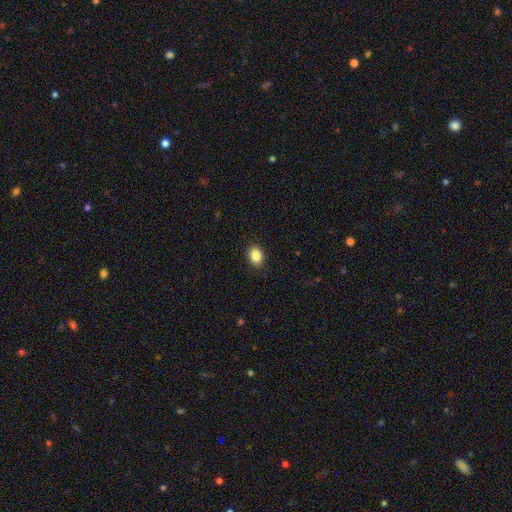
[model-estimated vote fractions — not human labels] smooth 87%, star or artifact 9%, featured or disk 4%. Down the decision tree: how rounded — in between (60%); merging — none (88%).